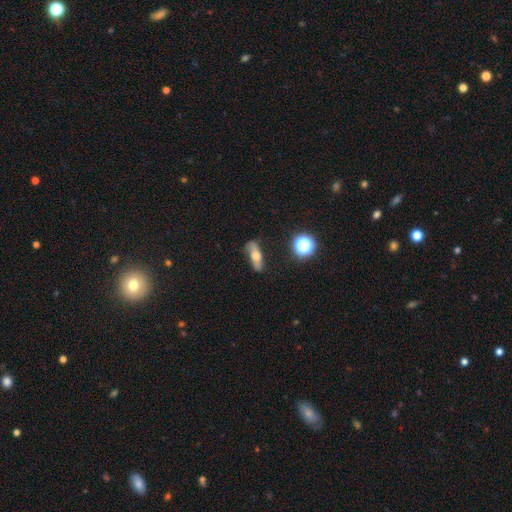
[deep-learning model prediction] smooth_or_featured: smooth (p=0.49) [alt: featured or disk p=0.41]
merging: none (p=0.72) [alt: minor disturbance p=0.19]